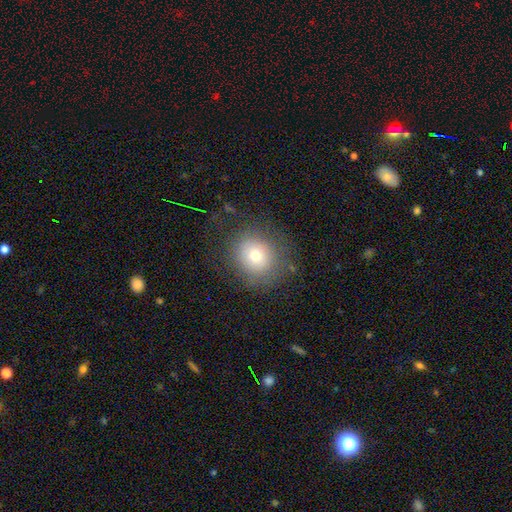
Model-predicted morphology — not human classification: smooth_or_featured: smooth (p=0.72) [alt: featured or disk p=0.15]
how_rounded: round (p=0.81) [alt: in between p=0.18]
merging: none (p=0.76) [alt: minor disturbance p=0.14]